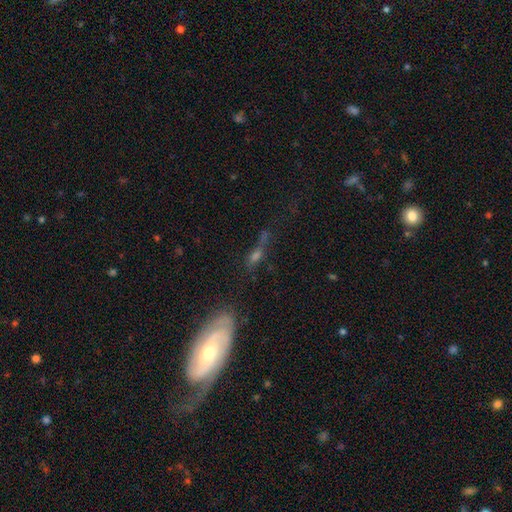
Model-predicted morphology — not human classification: Smooth or featured?
  - smooth: 39% *
  - featured or disk: 35%
  - star or artifact: 26%
Merging?
  - none: 45% *
  - minor disturbance: 19%
  - major disturbance: 19%
  - merger: 18%